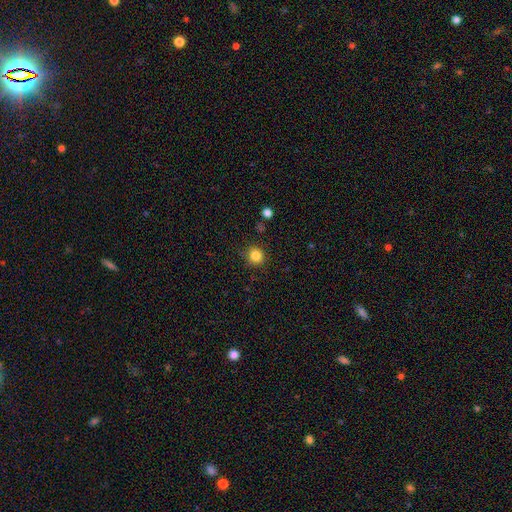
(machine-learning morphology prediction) Smooth or featured? Predicted: smooth (p=0.84). How rounded? Predicted: round (p=0.89). Merging? Predicted: none (p=0.86).